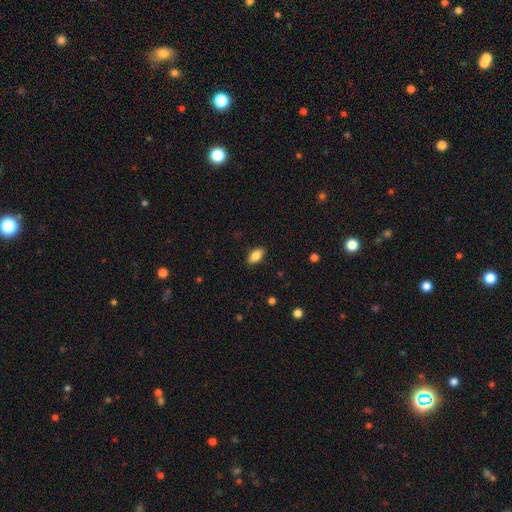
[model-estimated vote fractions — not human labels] Smooth or featured?
  - smooth: 84% *
  - featured or disk: 8%
  - star or artifact: 8%
How rounded?
  - in between: 91% *
  - round: 5%
  - cigar-shaped: 3%
Merging?
  - none: 88% *
  - minor disturbance: 9%
  - major disturbance: 2%
  - merger: 1%